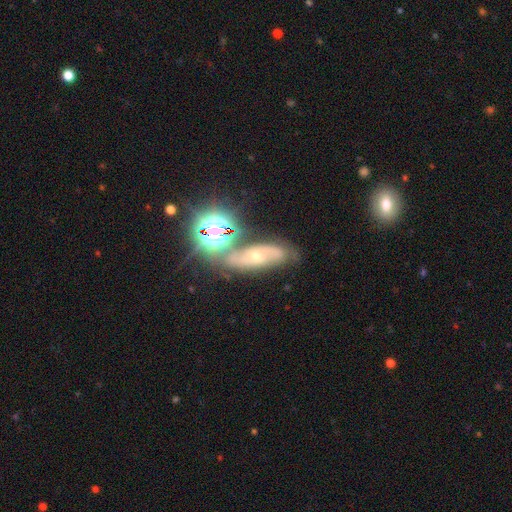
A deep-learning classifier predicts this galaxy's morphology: A featured or disk galaxy (51%). Merging: none (61%).